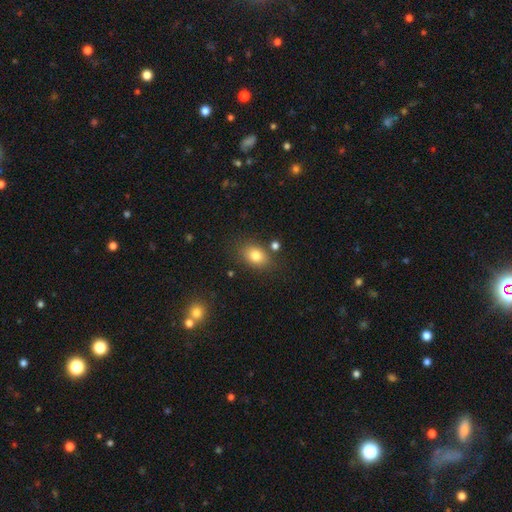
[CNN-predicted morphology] smooth_or_featured: smooth (p=0.80) [alt: star or artifact p=0.10]
how_rounded: in between (p=0.73) [alt: round p=0.25]
merging: none (p=0.78) [alt: minor disturbance p=0.12]